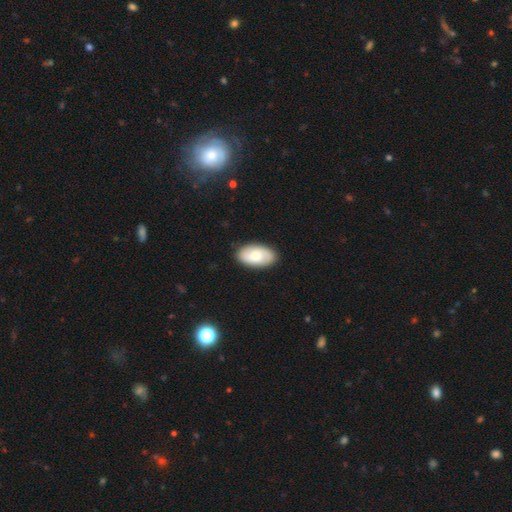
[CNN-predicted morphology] Smooth or featured?
  - smooth: 69% *
  - featured or disk: 25%
  - star or artifact: 6%
How rounded?
  - in between: 95% *
  - round: 4%
  - cigar-shaped: 2%
Merging?
  - none: 88% *
  - minor disturbance: 9%
  - major disturbance: 2%
  - merger: 1%